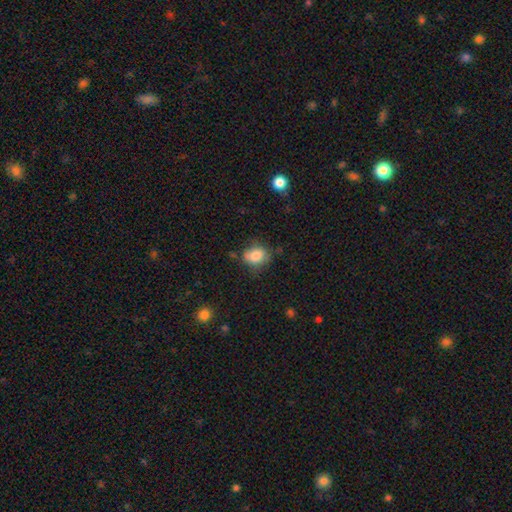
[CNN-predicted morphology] A smooth galaxy with no disk features (81%) that is in between round and cigar-shaped (56%).

Vote fractions:
- Smooth or featured? smooth: 81% / featured or disk: 10% / star or artifact: 9%
- How rounded? in between: 56% / round: 43% / cigar-shaped: 1%
- Merging? none: 64% / minor disturbance: 25% / major disturbance: 7% / merger: 4%